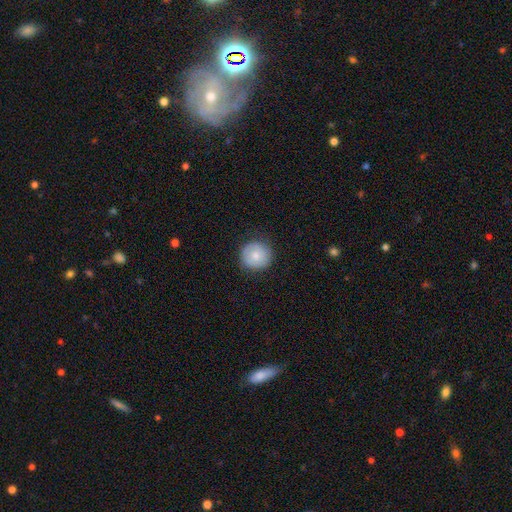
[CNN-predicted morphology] This is likely a smooth galaxy (76%). How rounded: clearly round (93%). Merging: clearly none (85%).